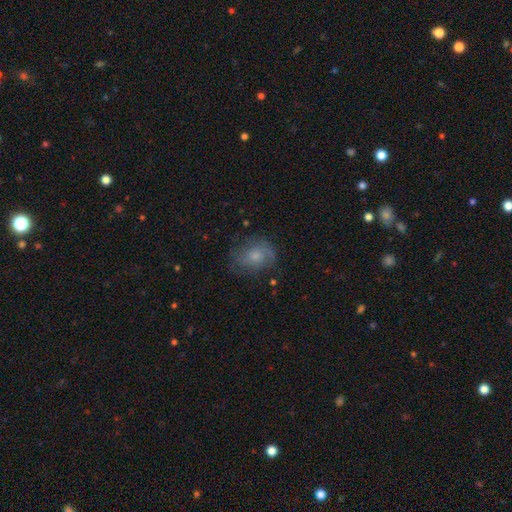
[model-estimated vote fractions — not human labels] Smooth or featured? Predicted: smooth (p=0.60). How rounded? Predicted: round (p=0.52). Merging? Predicted: none (p=0.64).